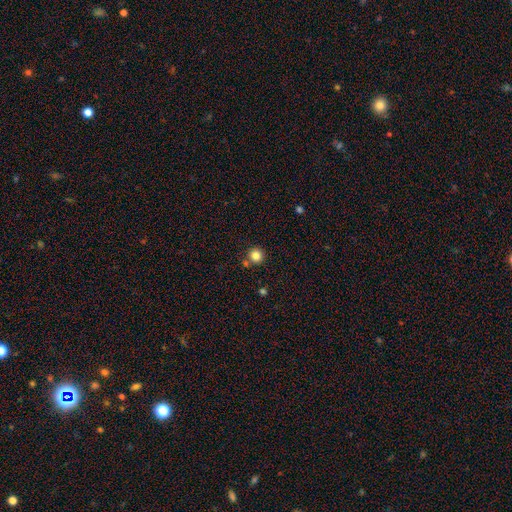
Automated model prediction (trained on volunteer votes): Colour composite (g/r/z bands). It shows a smooth galaxy with no disk features (83%) that is round (95%). Merging: none (80%).